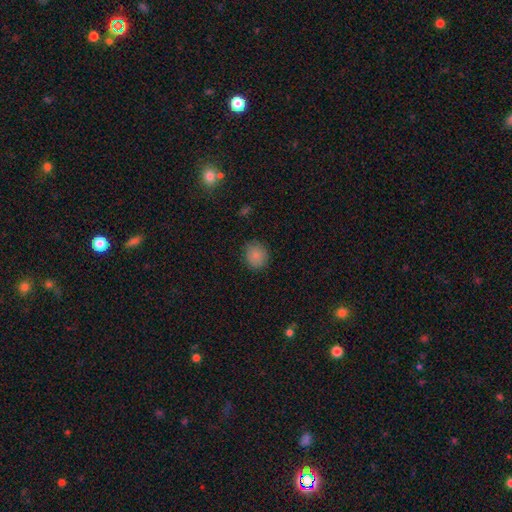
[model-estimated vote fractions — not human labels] This appears to be a smooth galaxy with no disk features (86%) that is round (77%). Merging: none (86%).